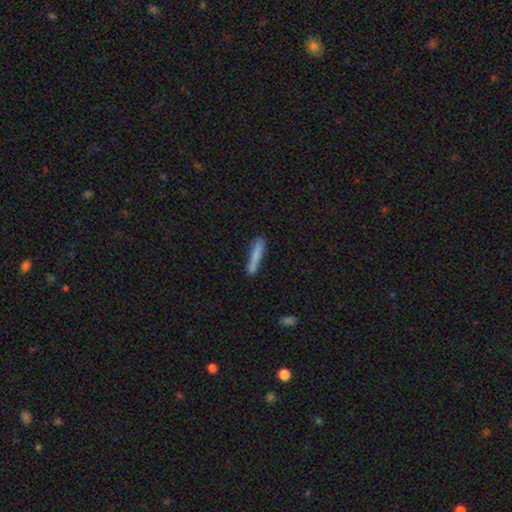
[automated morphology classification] This appears to be a smooth galaxy with no disk features (78%) that is cigar-shaped (92%). Merging: none (73%).